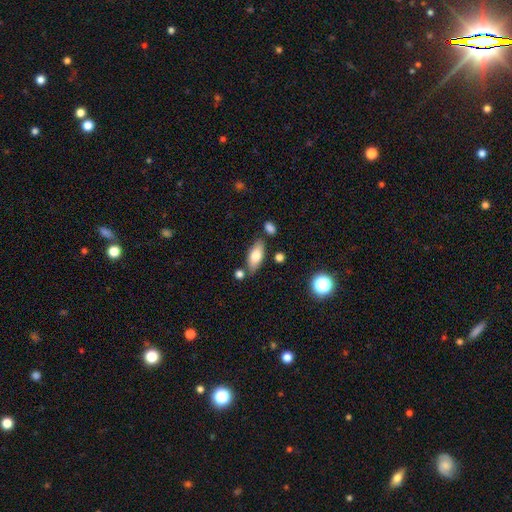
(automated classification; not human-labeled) smooth-or-featured: smooth: 74% | featured or disk: 19% | star or artifact: 7%
  how-rounded: in between: 83% | cigar-shaped: 14% | round: 3%
  merging: none: 75% | minor disturbance: 14% | merger: 8% | major disturbance: 3%